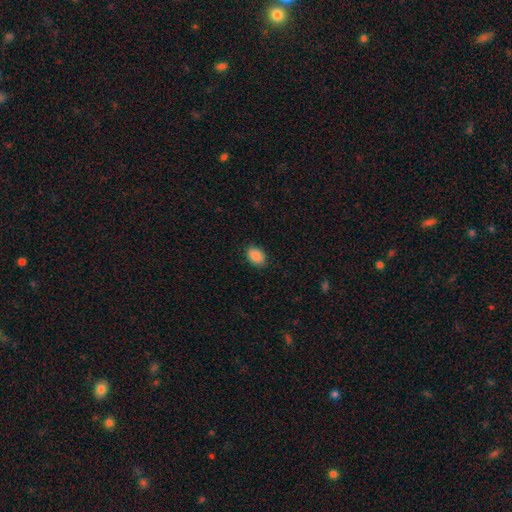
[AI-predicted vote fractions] Smooth or featured? smooth (90%)
How rounded? in between (80%)
Merging? none (88%)